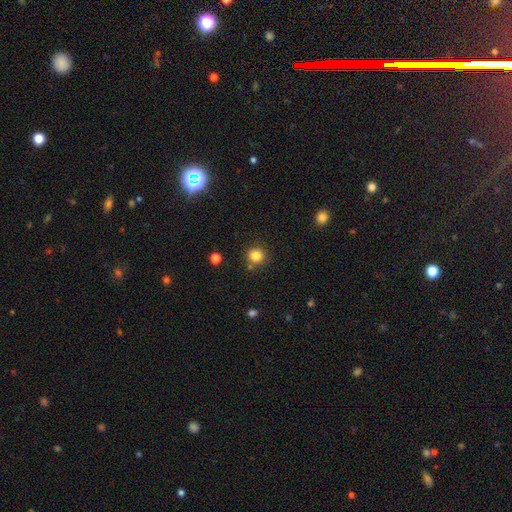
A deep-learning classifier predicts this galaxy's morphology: smooth_or_featured: smooth (p=0.83) [alt: star or artifact p=0.12]
how_rounded: round (p=0.90) [alt: in between p=0.09]
merging: none (p=0.80) [alt: minor disturbance p=0.10]